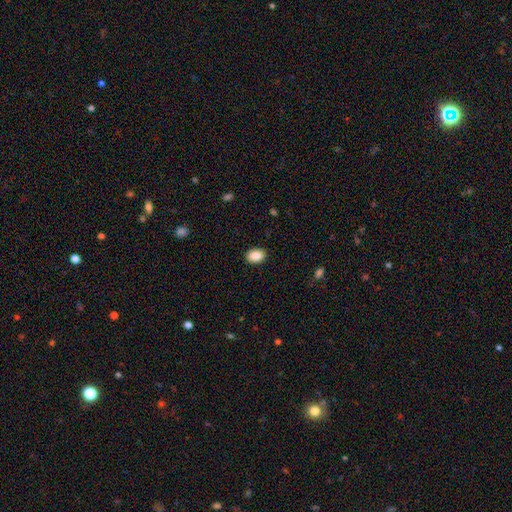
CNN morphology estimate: A smooth galaxy with no disk features (89%) that is in between round and cigar-shaped (81%).

Vote fractions:
- Smooth or featured? smooth: 89% / star or artifact: 7% / featured or disk: 3%
- How rounded? in between: 81% / round: 18% / cigar-shaped: 1%
- Merging? none: 89% / minor disturbance: 8% / major disturbance: 2% / merger: 1%